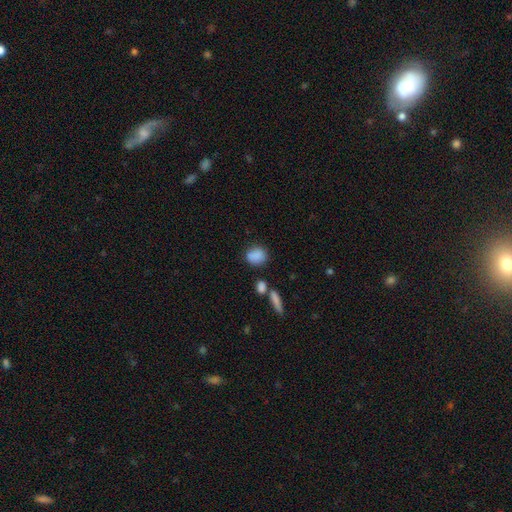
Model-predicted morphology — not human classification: smooth 86%, star or artifact 9%, featured or disk 5%. Down the decision tree: how rounded — round (51%); merging — none (71%).